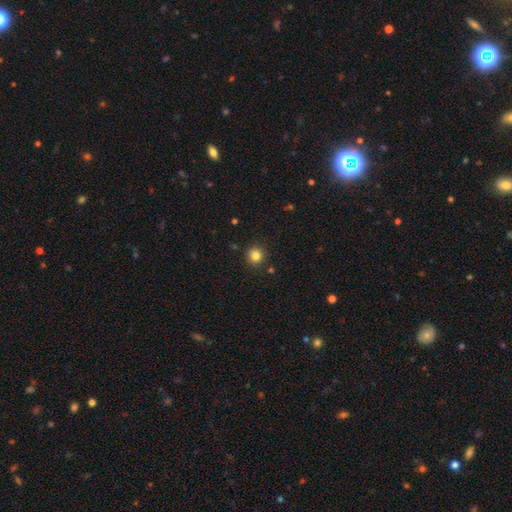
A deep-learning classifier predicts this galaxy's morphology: This appears to be a smooth galaxy with no disk features (82%) that is round (92%). Merging: none (89%).